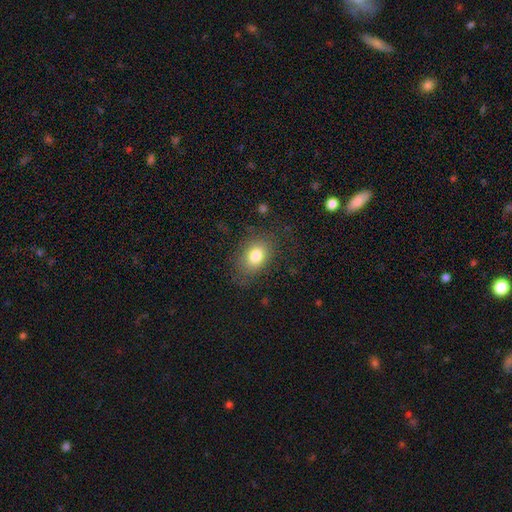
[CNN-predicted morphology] Smooth or featured: smooth — 79% (featured or disk — 12%)
How rounded: in between — 73% (round — 26%)
Merging: none — 75% (minor disturbance — 16%)